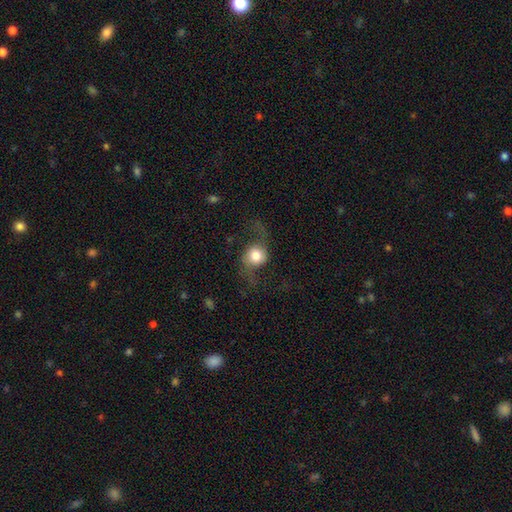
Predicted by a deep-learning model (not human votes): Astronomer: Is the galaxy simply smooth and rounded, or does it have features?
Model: featured or disk — 51% (runner-up: smooth, 40%).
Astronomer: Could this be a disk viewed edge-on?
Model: no — 89%.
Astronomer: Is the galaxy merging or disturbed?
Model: none — 58%.